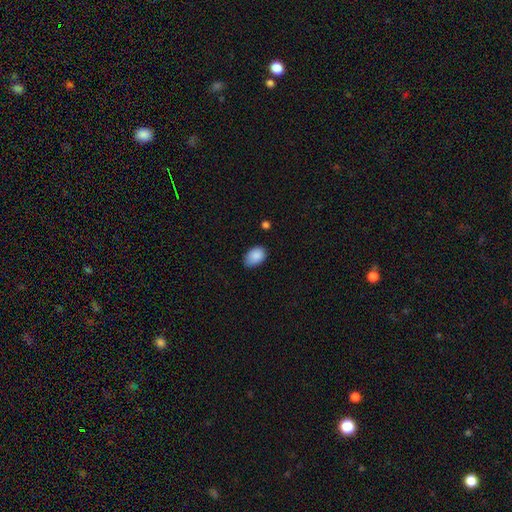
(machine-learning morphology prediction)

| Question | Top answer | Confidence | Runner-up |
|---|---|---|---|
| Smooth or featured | smooth | 88% | star or artifact (7%) |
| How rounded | in between | 86% | round (13%) |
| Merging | none | 73% | minor disturbance (22%) |